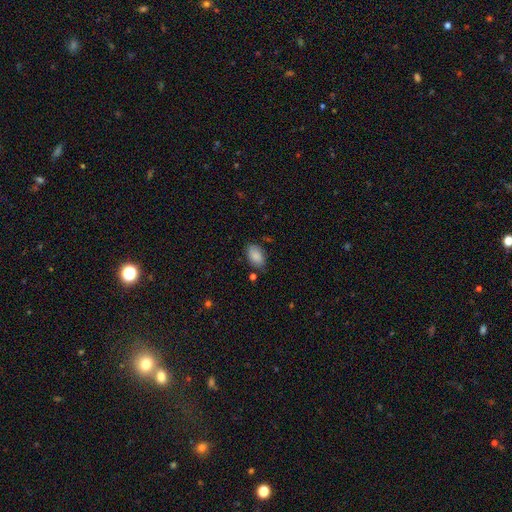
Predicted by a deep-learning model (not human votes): Overall: smooth (85%). How rounded: in between (92%). Merging: none (73%).